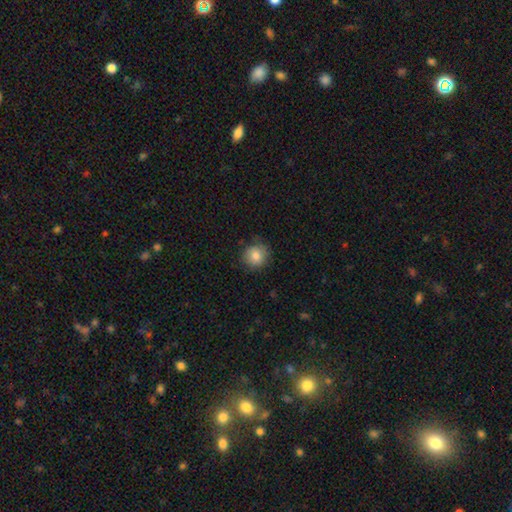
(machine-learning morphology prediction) Overall: smooth (83%). How rounded: round (86%). Merging: none (79%).